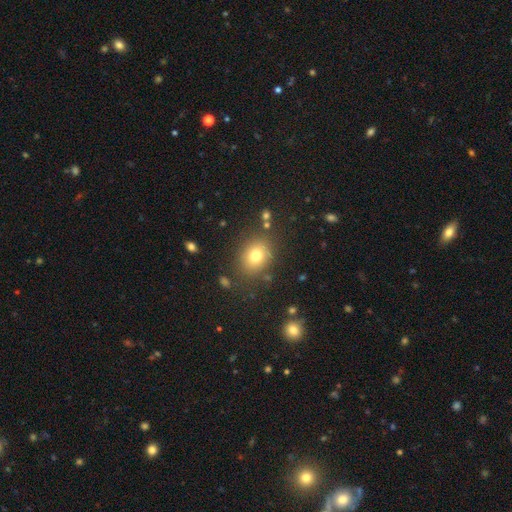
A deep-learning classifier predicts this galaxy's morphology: A smooth galaxy with no disk features (77%) that is round (50%).

Vote fractions:
- Smooth or featured? smooth: 77% / star or artifact: 12% / featured or disk: 11%
- How rounded? round: 50% / in between: 49% / cigar-shaped: 1%
- Merging? none: 82% / minor disturbance: 11% / major disturbance: 4% / merger: 3%